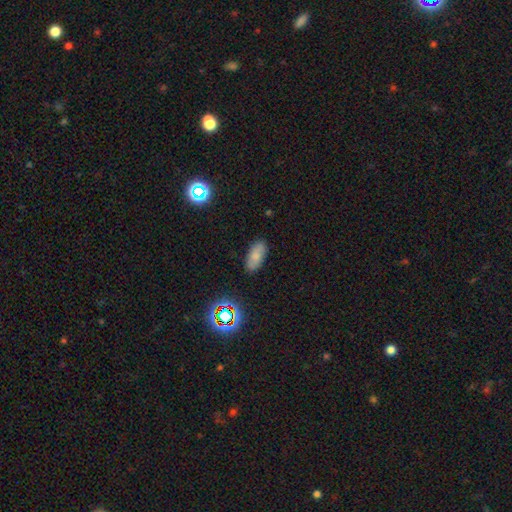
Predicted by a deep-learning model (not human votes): This appears to be a smooth galaxy with no disk features (76%) that is in between round and cigar-shaped (89%). Merging: none (85%).